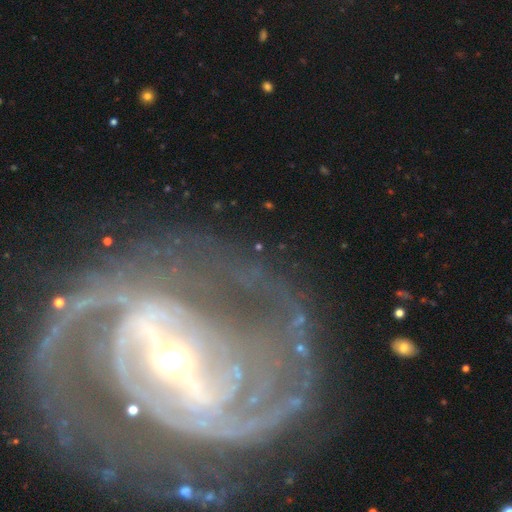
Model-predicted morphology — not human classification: smooth-or-featured: featured or disk: 87% | star or artifact: 7% | smooth: 6%
  disk-edge-on: no: 94% | yes: 6%
    bar: strong: 68% | weak: 20% | no: 12%
    has-spiral-arms: yes: 88% | no: 12%
      spiral-winding: tight: 52% | medium: 34% | loose: 14%
      spiral-arm-count: 2: 35% | can't tell: 25% | 3: 13% | 4: 9% | more than 4: 9% | 1: 8%
    bulge-size: small: 55% | moderate: 37% | large: 5% | dominant: 2% | none: 2%
  merging: none: 62% | major disturbance: 19% | minor disturbance: 15% | merger: 4%